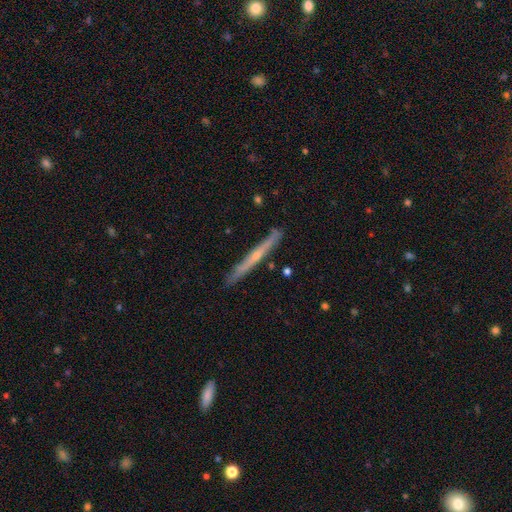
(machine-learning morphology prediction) Smooth or featured? Predicted: featured or disk (p=0.65). Edge-on disk? Predicted: yes (p=0.96). Edge-on bulge? Predicted: rounded (p=0.54). Merging? Predicted: none (p=0.87).